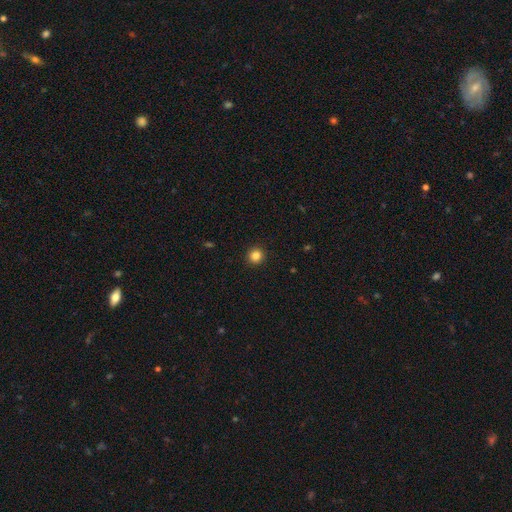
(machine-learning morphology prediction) A smooth galaxy with no disk features (84%) that is round (94%). Merging: none (93%).